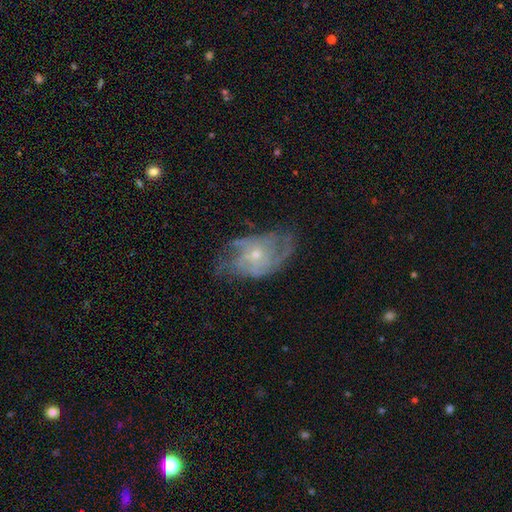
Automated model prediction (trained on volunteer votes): featured or disk 78%, smooth 14%, star or artifact 7%. Down the decision tree: edge-on disk — no (96%); bar — no (75%); spiral arms — yes (86%); spiral arm count — can't tell (36%); spiral winding — medium (42%); bulge size — small (70%); merging — none (56%).